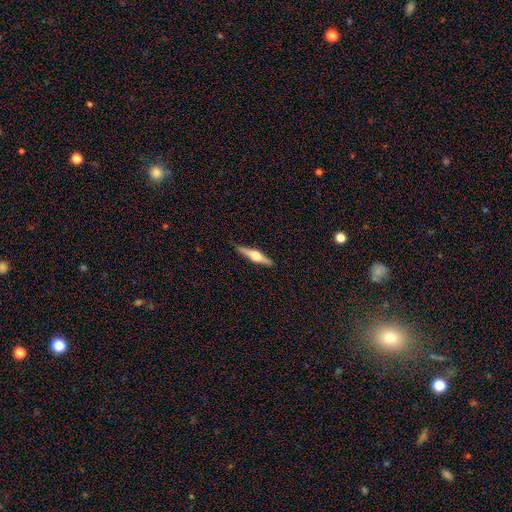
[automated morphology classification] Smooth or featured: featured or disk — 71% (smooth — 23%)
Edge-on disk: yes — 98% (no — 2%)
Edge-on bulge: rounded — 93% (boxy — 5%)
Merging: none — 91% (minor disturbance — 7%)